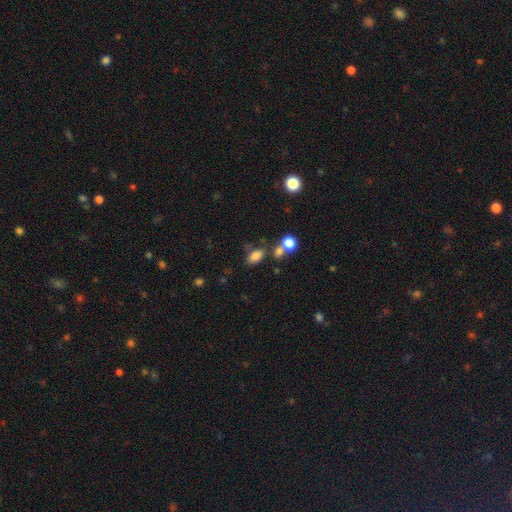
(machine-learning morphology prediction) Smooth or featured? smooth (80%)
How rounded? in between (85%)
Merging? none (58%)